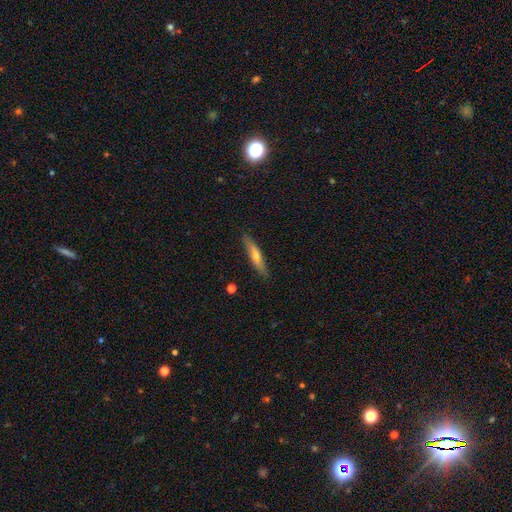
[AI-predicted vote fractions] Overall: smooth (53%; featured or disk 41%). How rounded: cigar-shaped (86%). Merging: none (86%).